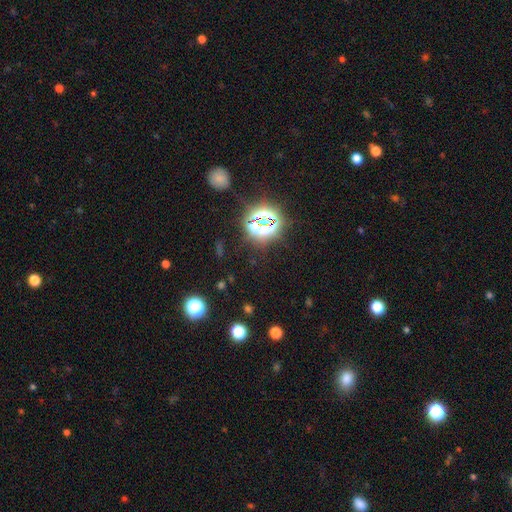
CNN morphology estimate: A star or artifact, not a galaxy (77%).

Vote fractions:
- Smooth or featured? star or artifact: 77% / smooth: 16% / featured or disk: 7%